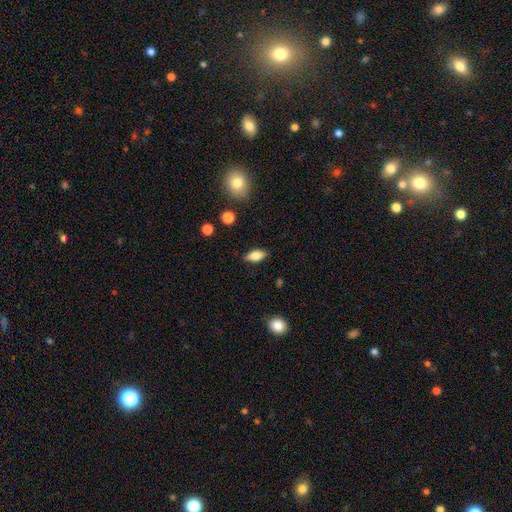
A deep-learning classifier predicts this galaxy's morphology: A smooth galaxy with no disk features (77%) that is in between round and cigar-shaped (85%).

Vote fractions:
- Smooth or featured? smooth: 77% / featured or disk: 16% / star or artifact: 8%
- How rounded? in between: 85% / cigar-shaped: 11% / round: 4%
- Merging? none: 87% / minor disturbance: 10% / major disturbance: 2% / merger: 1%